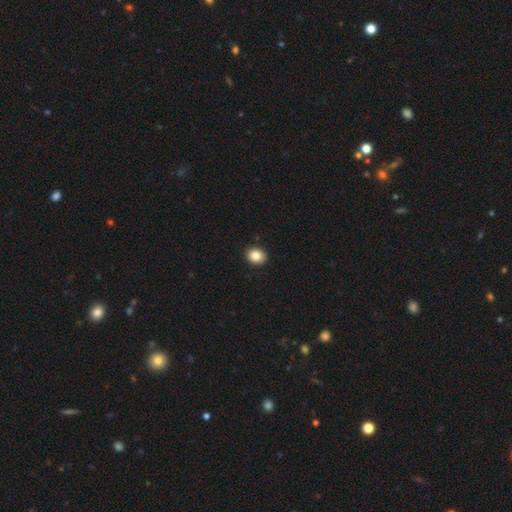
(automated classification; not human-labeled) Smooth or featured? smooth (85%)
How rounded? round (51%)
Merging? none (91%)